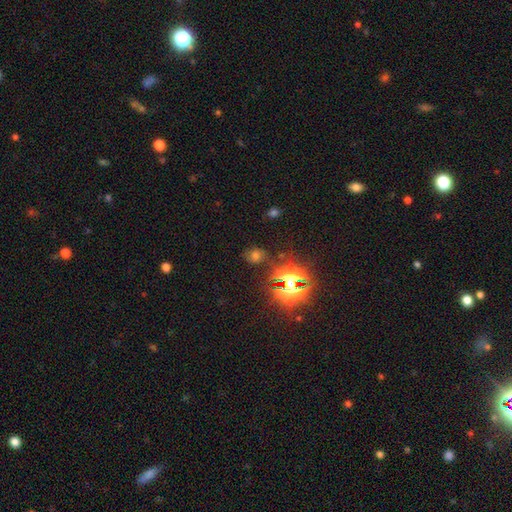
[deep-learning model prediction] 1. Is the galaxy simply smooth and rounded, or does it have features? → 49% smooth, 40% star or artifact, 11% featured or disk.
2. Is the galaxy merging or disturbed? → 71% none, 17% minor disturbance, 7% major disturbance, 5% merger.